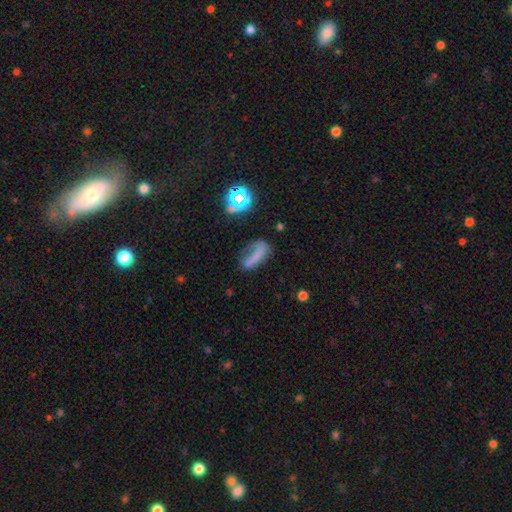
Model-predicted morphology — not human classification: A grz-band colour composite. It shows a smooth galaxy with no disk features (55%) that is in between round and cigar-shaped (59%). Merging: none (36%).